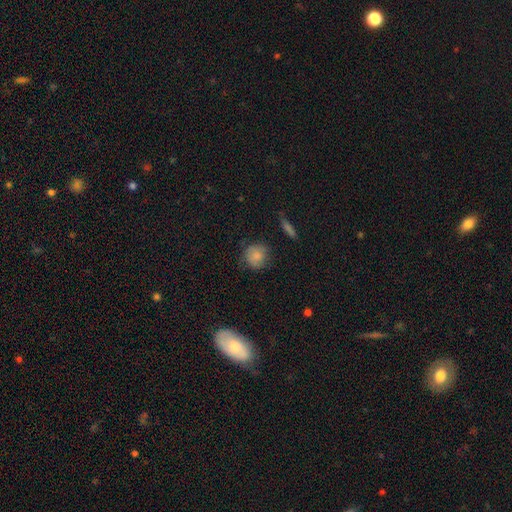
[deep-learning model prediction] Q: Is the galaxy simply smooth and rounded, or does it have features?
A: smooth — 82%.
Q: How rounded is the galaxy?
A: round — 86%.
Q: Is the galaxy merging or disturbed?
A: none — 71%.